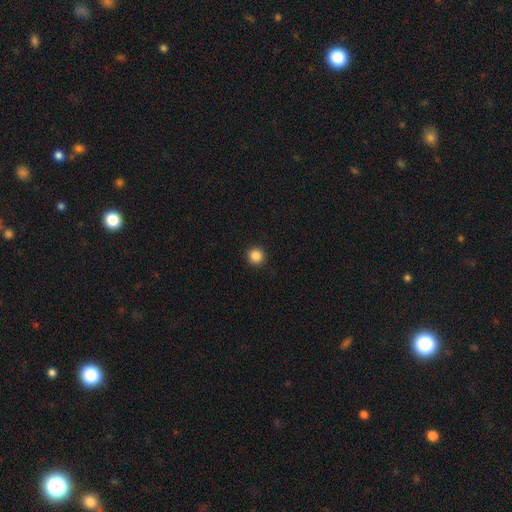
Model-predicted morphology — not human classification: This is clearly a smooth galaxy (87%). How rounded: clearly round (95%). Merging: clearly none (93%).